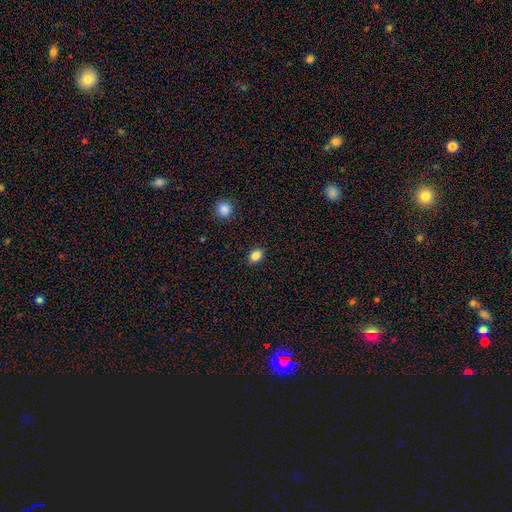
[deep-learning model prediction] Smooth or featured: smooth — 85% (star or artifact — 11%)
How rounded: in between — 57% (round — 42%)
Merging: none — 89% (minor disturbance — 8%)